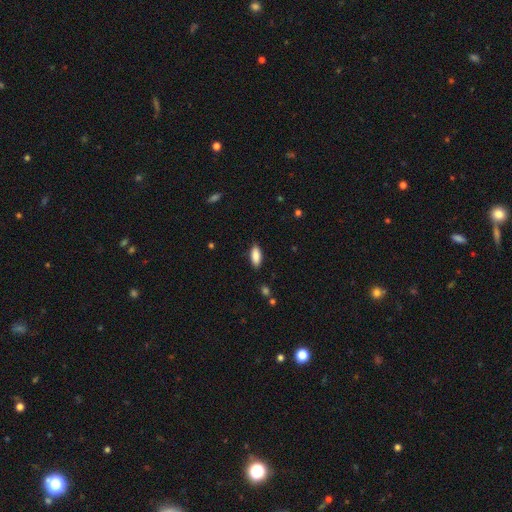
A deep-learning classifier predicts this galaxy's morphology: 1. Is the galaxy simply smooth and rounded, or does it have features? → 88% smooth, 7% star or artifact, 6% featured or disk.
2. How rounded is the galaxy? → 83% in between, 15% cigar-shaped, 2% round.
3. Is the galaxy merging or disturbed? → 87% none, 10% minor disturbance, 2% major disturbance, 1% merger.